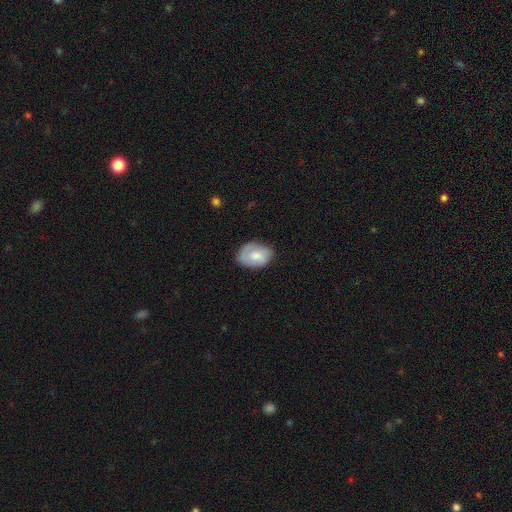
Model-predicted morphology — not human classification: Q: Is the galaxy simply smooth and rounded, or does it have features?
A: smooth — 62%.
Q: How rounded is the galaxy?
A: in between — 80%.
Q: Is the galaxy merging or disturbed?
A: none — 64%.